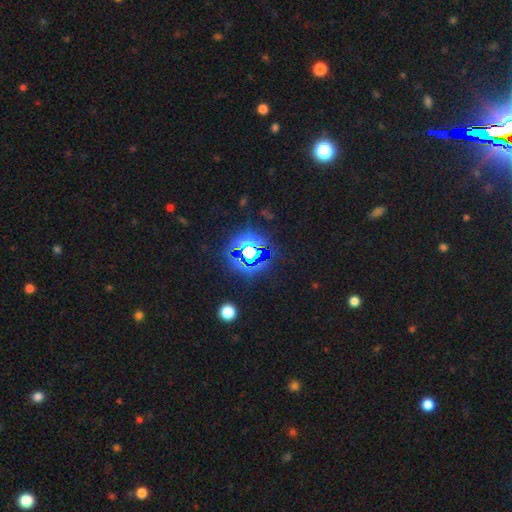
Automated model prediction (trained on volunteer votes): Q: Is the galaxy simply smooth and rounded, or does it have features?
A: star or artifact — 76%.